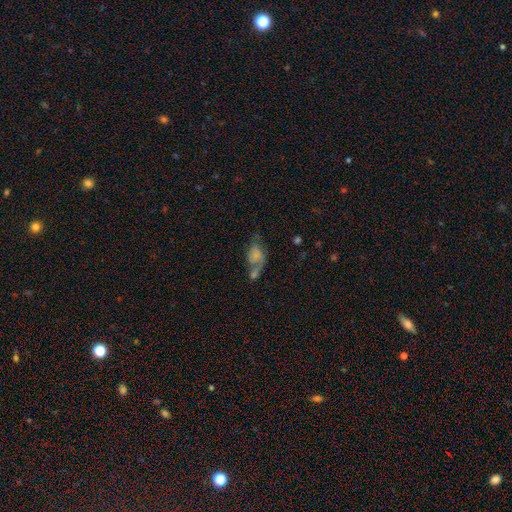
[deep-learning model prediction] Smooth or featured: smooth — 54% (featured or disk — 34%)
How rounded: in between — 82% (round — 14%)
Merging: merger — 40% (none — 23%)